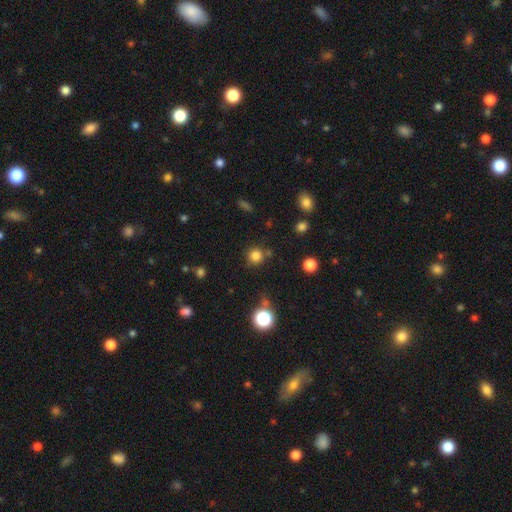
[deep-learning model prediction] Overall: smooth (81%). How rounded: round (93%). Merging: none (80%).